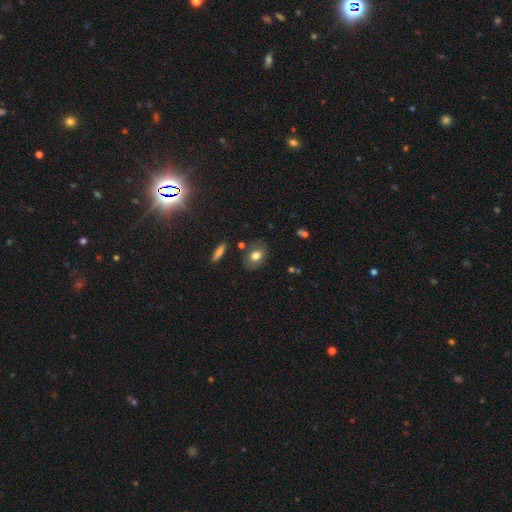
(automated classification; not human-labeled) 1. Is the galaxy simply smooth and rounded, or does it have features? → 71% smooth, 20% featured or disk, 9% star or artifact.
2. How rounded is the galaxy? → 73% in between, 25% round, 2% cigar-shaped.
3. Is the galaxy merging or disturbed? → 78% none, 14% minor disturbance, 4% merger, 4% major disturbance.